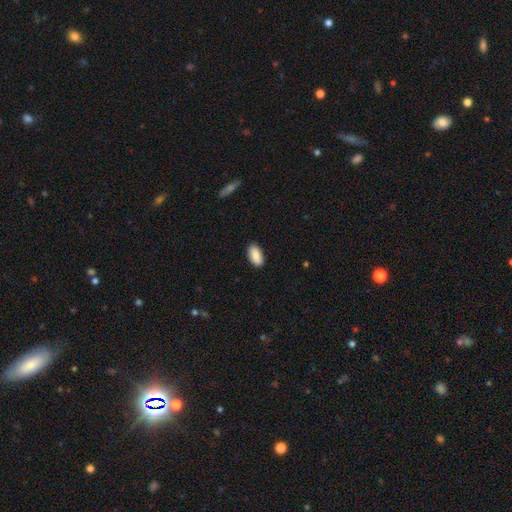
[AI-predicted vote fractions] Smooth or featured?
  - smooth: 88% *
  - star or artifact: 6%
  - featured or disk: 6%
How rounded?
  - in between: 92% *
  - cigar-shaped: 5%
  - round: 2%
Merging?
  - none: 88% *
  - minor disturbance: 9%
  - major disturbance: 2%
  - merger: 1%